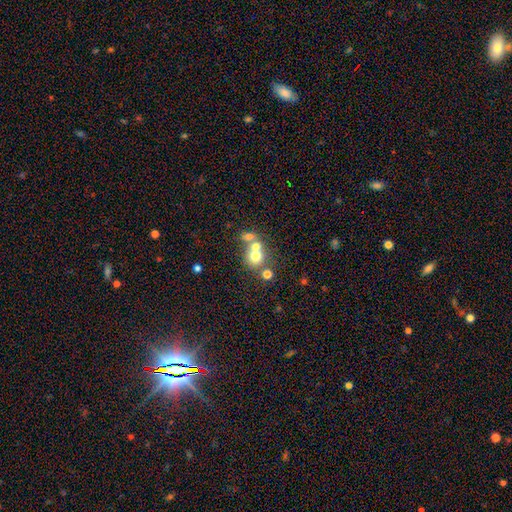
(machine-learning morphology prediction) This appears to be a smooth galaxy with no disk features (65%) that is round (79%). Merging: merger (51%).